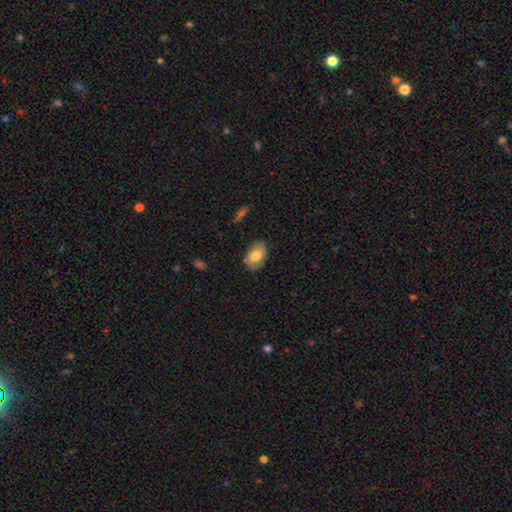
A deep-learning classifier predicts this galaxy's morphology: Smooth or featured? Predicted: smooth (p=0.78). How rounded? Predicted: in between (p=0.89). Merging? Predicted: none (p=0.81).